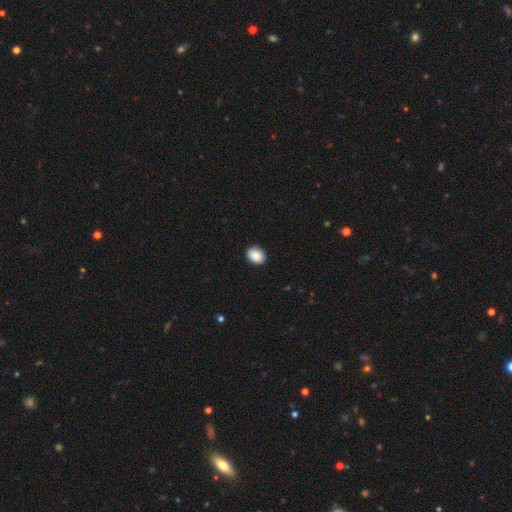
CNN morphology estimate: type=smooth (89%); roundness=in between (59%); merging=none (90%).